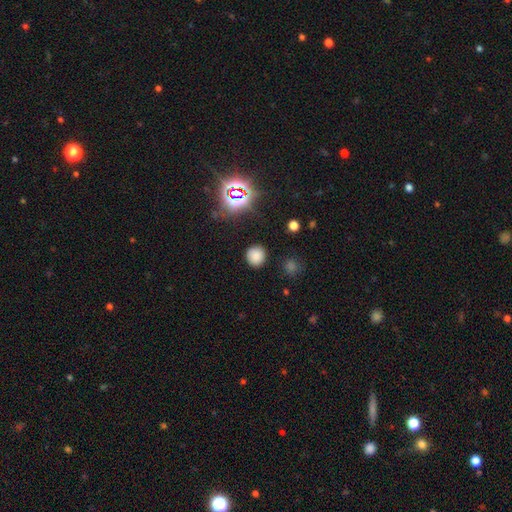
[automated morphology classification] This appears to be a smooth galaxy with no disk features (78%) that is round (91%). Merging: none (88%).